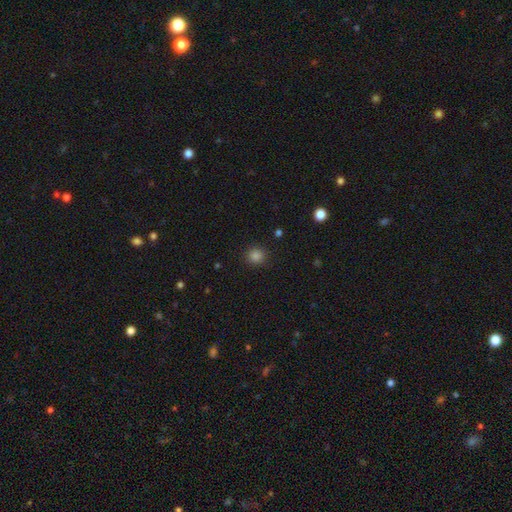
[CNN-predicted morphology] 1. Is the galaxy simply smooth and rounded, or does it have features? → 84% smooth, 13% star or artifact, 3% featured or disk.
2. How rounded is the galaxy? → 92% round, 7% in between, 1% cigar-shaped.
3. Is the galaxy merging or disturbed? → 90% none, 6% minor disturbance, 2% major disturbance, 1% merger.